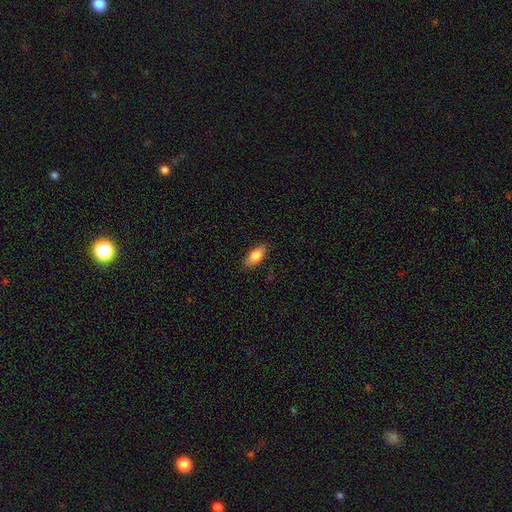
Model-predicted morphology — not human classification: smooth-or-featured: smooth: 82% | featured or disk: 11% | star or artifact: 7%
  how-rounded: in between: 83% | cigar-shaped: 14% | round: 3%
  merging: none: 86% | minor disturbance: 11% | major disturbance: 2% | merger: 1%